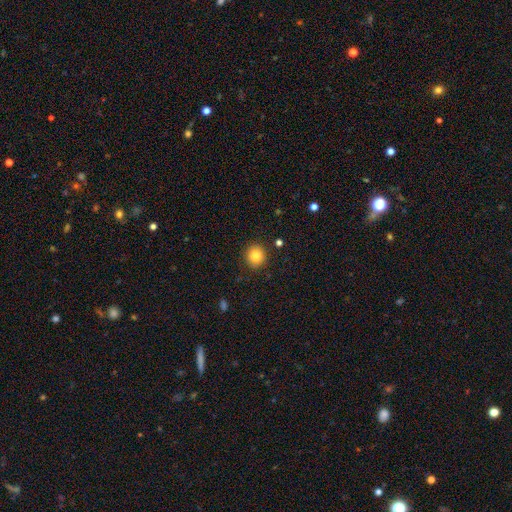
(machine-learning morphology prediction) type=smooth (82%); roundness=round (91%); merging=none (90%).